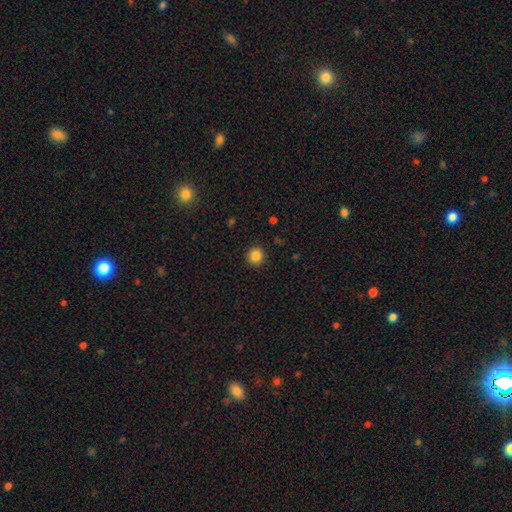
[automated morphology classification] This is clearly a smooth galaxy (85%). How rounded: clearly round (92%). Merging: clearly none (91%).